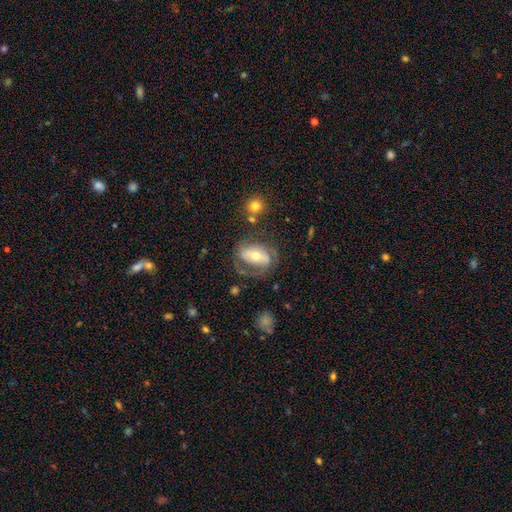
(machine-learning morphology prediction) Q: Smooth or featured?
A: featured or disk (68%); runner-up: smooth (25%)
Q: Edge-on disk?
A: no (94%); runner-up: yes (6%)
Q: Bar?
A: no (39%); runner-up: strong (32%)
Q: Spiral arms?
A: yes (78%); runner-up: no (22%)
Q: Bulge size?
A: moderate (63%); runner-up: small (28%)
Q: Merging?
A: none (54%); runner-up: major disturbance (21%)